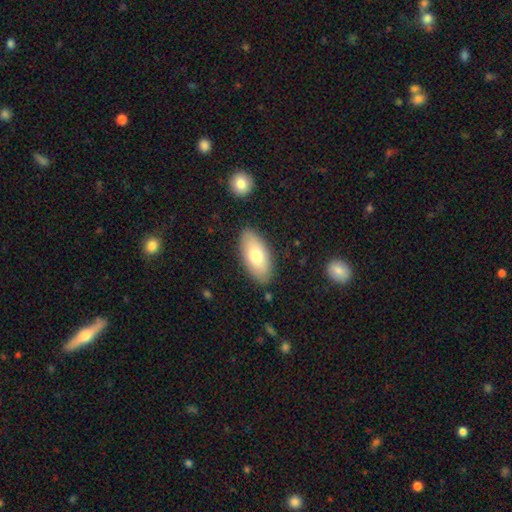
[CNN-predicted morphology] Smooth or featured? smooth (73%)
How rounded? in between (91%)
Merging? none (84%)